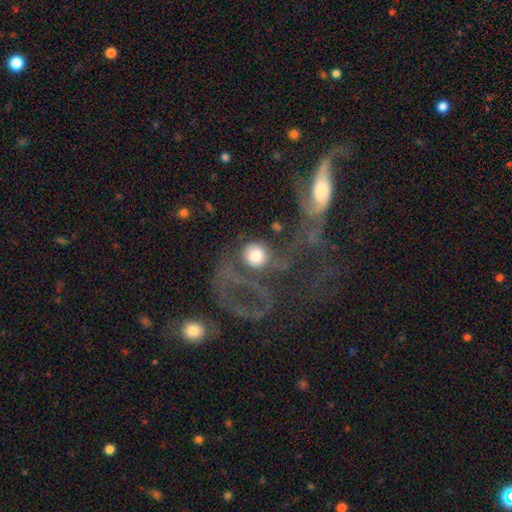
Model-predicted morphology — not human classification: Smooth or featured: smooth — 53% (featured or disk — 35%)
How rounded: round — 82% (in between — 16%)
Merging: major disturbance — 38% (none — 32%)